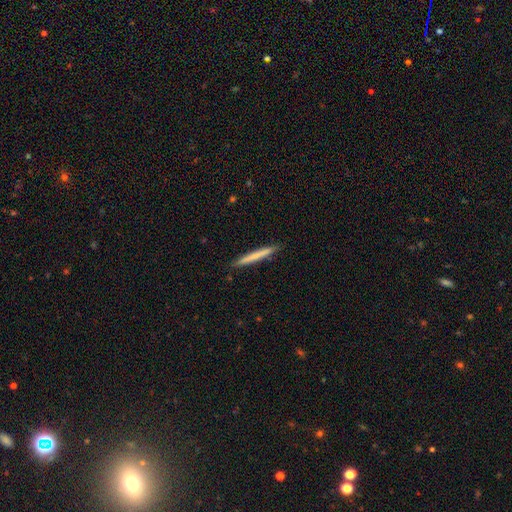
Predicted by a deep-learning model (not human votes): A smooth galaxy with no disk features (69%) that is cigar-shaped (97%).

Vote fractions:
- Smooth or featured? smooth: 69% / featured or disk: 26% / star or artifact: 5%
- How rounded? cigar-shaped: 97% / in between: 2% / round: 1%
- Merging? none: 90% / minor disturbance: 7% / major disturbance: 1% / merger: 1%